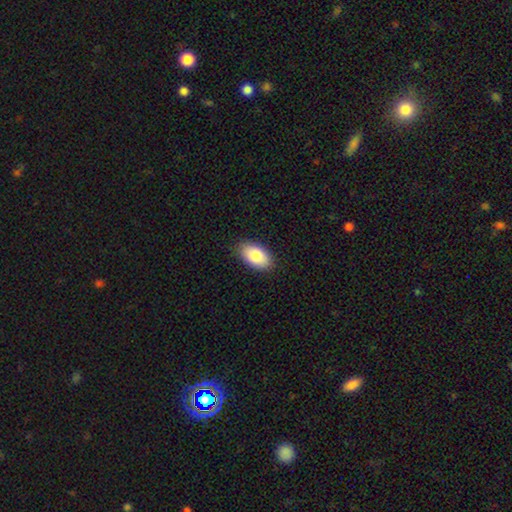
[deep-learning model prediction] Overall: smooth (85%). How rounded: in between (94%). Merging: none (87%).